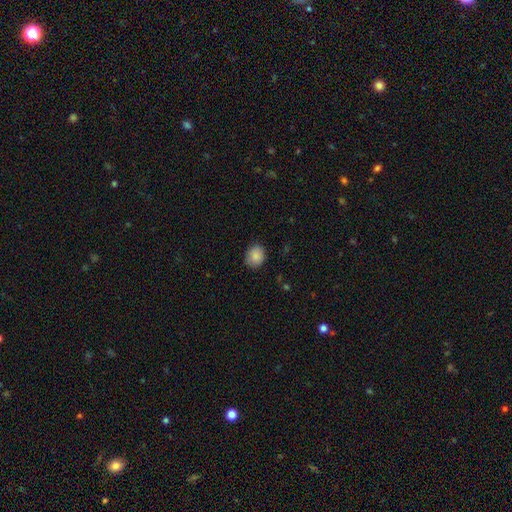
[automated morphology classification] A smooth galaxy with no disk features (87%) that is round (62%). Merging: none (83%).